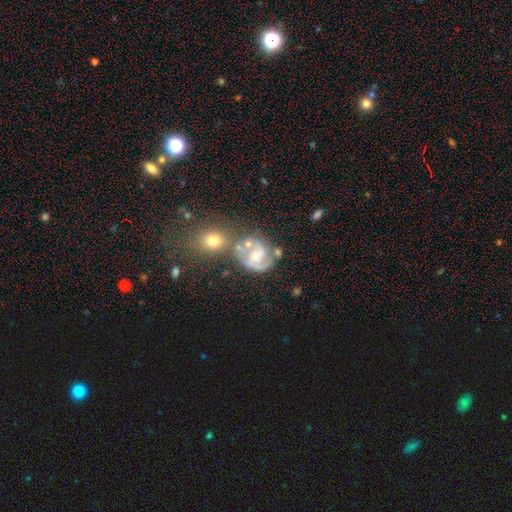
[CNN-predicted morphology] Smooth or featured? featured or disk (72%)
Edge-on disk? no (98%)
Bar? no (49%)
Spiral arms? yes (81%)
Spiral winding? medium (52%)
Spiral arm count? 2 (66%)
Bulge size? moderate (47%)
Merging? none (38%)